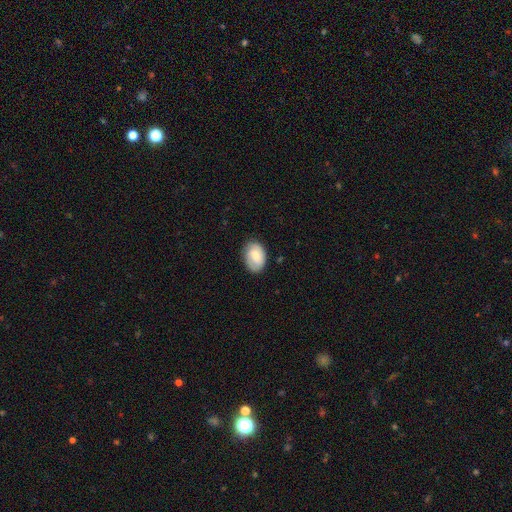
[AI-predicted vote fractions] This appears to be a smooth galaxy with no disk features (50%). Merging: none (78%).